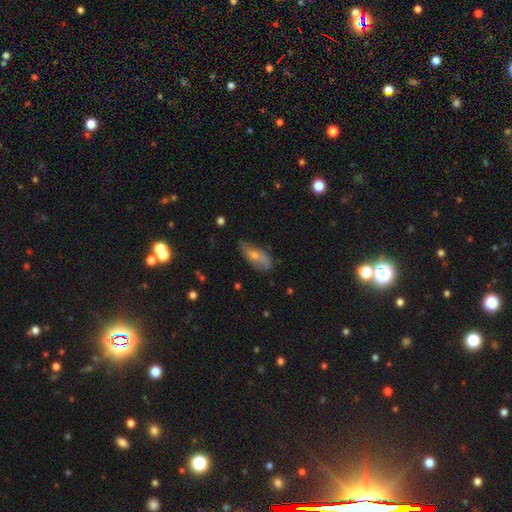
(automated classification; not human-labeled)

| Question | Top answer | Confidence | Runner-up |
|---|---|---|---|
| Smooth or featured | smooth | 62% | featured or disk (31%) |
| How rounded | in between | 80% | cigar-shaped (17%) |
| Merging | none | 54% | minor disturbance (32%) |